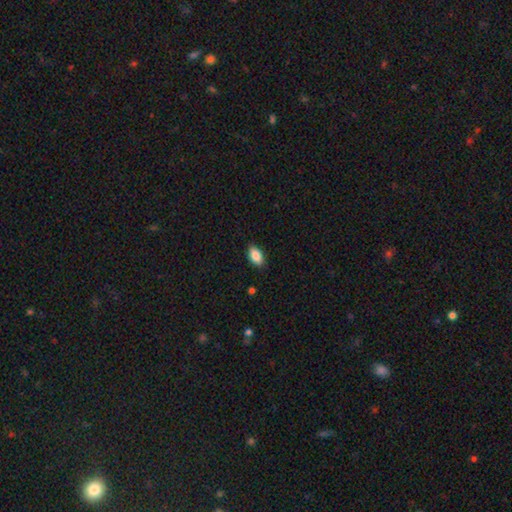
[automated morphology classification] type=smooth (87%); roundness=in between (92%); merging=none (88%).